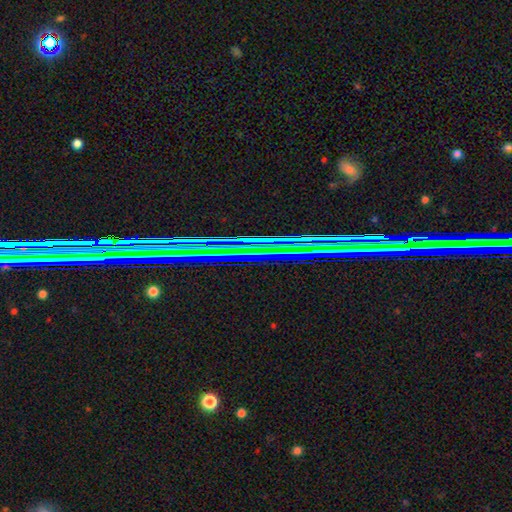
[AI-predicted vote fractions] Smooth or featured?
  - star or artifact: 78% *
  - featured or disk: 13%
  - smooth: 9%